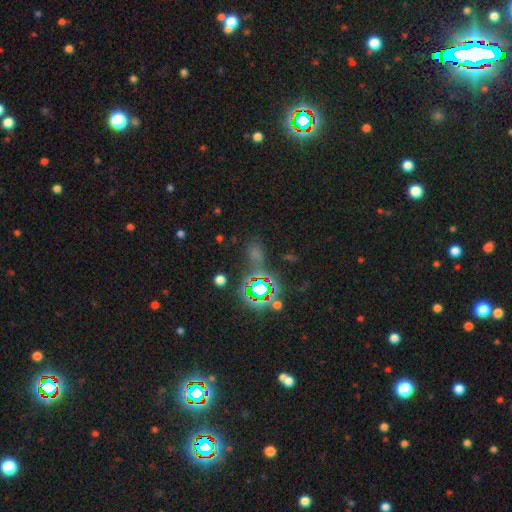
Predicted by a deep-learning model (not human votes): A star or artifact, not a galaxy (58%).

Vote fractions:
- Smooth or featured? star or artifact: 58% / smooth: 34% / featured or disk: 8%